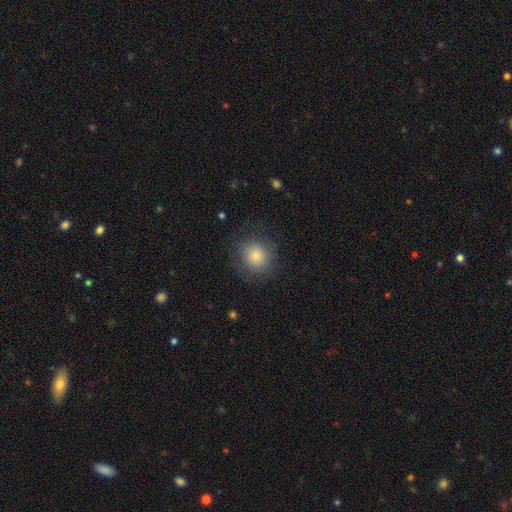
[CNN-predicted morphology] A smooth galaxy with no disk features (80%) that is round (87%). Merging: none (82%).